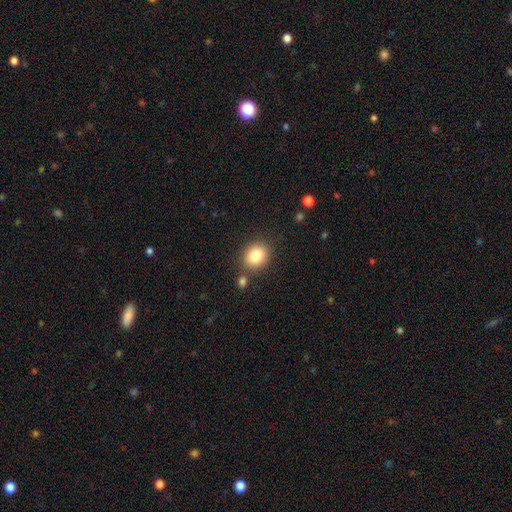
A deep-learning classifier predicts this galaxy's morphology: Smooth or featured? smooth (82%)
How rounded? round (64%)
Merging? none (79%)